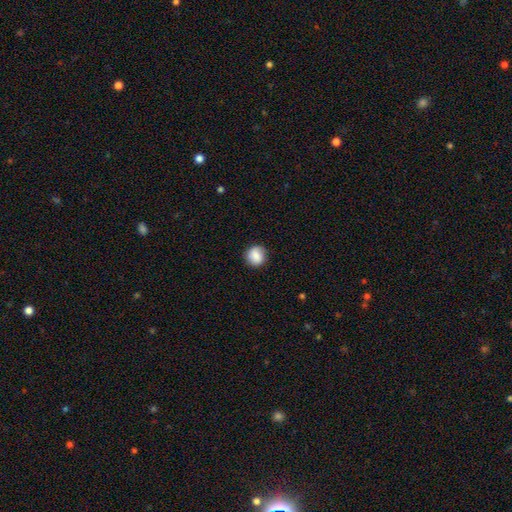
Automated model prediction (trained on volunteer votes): smooth-or-featured: smooth: 85% | star or artifact: 8% | featured or disk: 7%
  how-rounded: round: 88% | in between: 11% | cigar-shaped: 1%
  merging: none: 87% | minor disturbance: 10% | major disturbance: 2% | merger: 1%